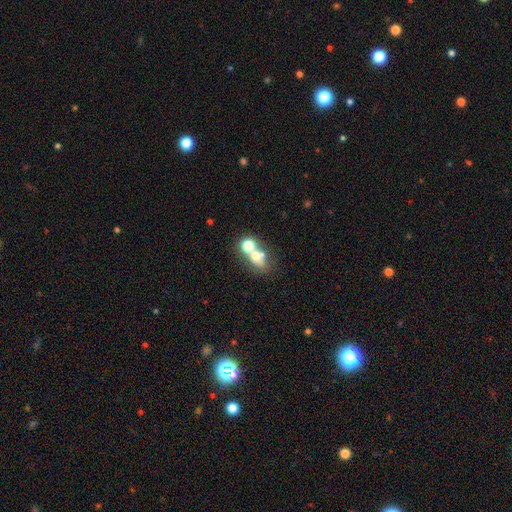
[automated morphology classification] type=smooth (59%); roundness=round (57%); merging=merger (56%).